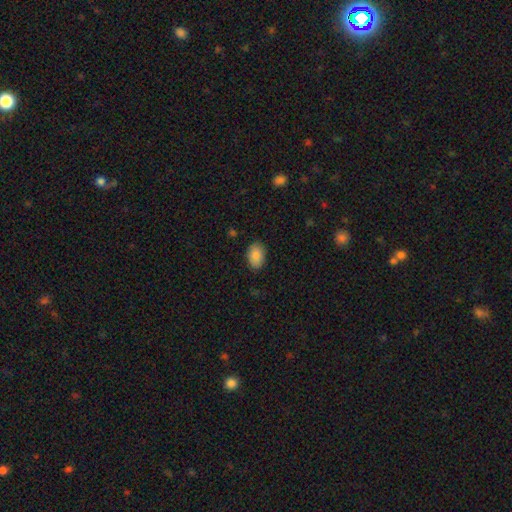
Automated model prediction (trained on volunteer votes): Overall: smooth (86%). How rounded: in between (86%). Merging: none (87%).